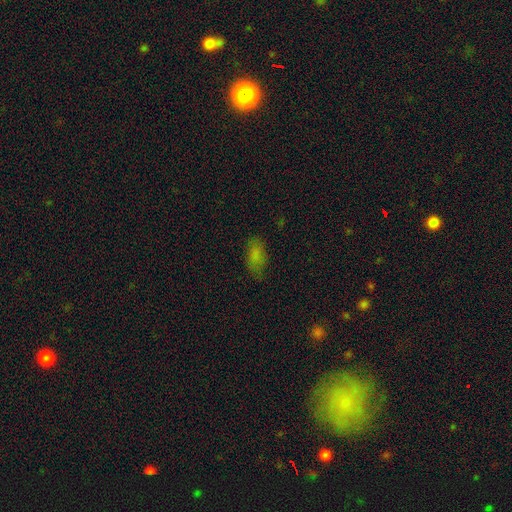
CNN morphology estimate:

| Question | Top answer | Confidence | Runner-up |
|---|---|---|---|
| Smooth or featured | smooth | 78% | star or artifact (13%) |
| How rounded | in between | 90% | cigar-shaped (6%) |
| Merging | none | 70% | minor disturbance (22%) |